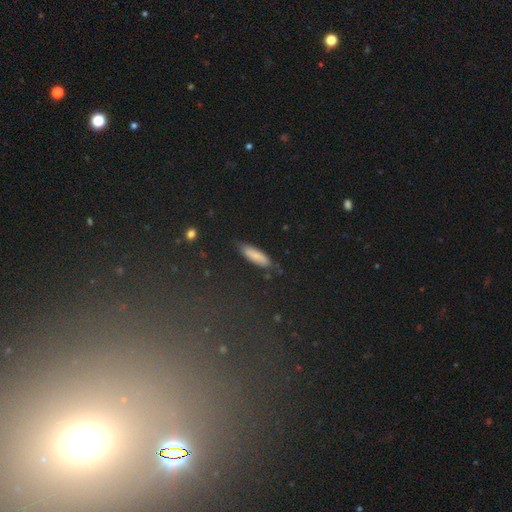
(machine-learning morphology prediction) Smooth or featured: smooth — 80% (featured or disk — 13%)
How rounded: cigar-shaped — 57% (in between — 41%)
Merging: none — 78% (minor disturbance — 16%)